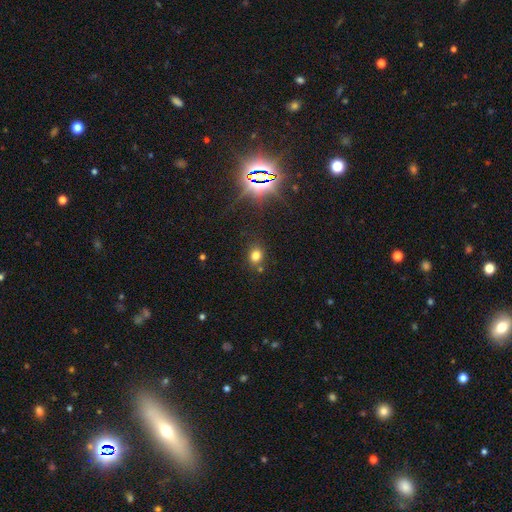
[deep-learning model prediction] A smooth galaxy with no disk features (73%) that is round (62%). Merging: none (76%).